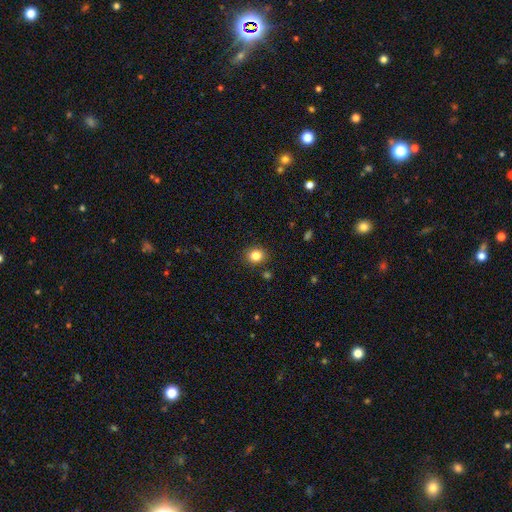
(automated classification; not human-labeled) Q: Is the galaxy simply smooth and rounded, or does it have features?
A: smooth — 83%.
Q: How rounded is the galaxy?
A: round — 77%.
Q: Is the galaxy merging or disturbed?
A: none — 87%.